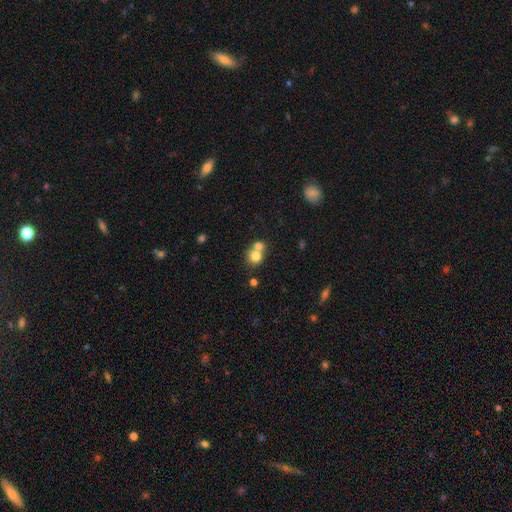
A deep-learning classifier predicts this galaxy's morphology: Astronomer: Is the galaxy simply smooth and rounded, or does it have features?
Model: smooth — 78%.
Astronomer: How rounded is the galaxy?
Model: round — 80%.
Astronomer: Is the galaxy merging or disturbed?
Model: merger — 55% (runner-up: none, 37%).